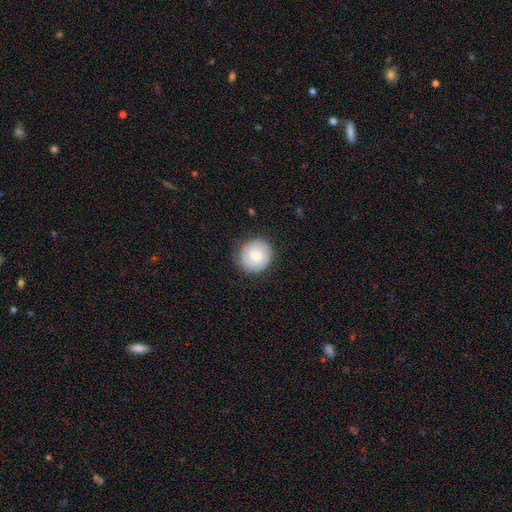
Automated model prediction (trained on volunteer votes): A smooth galaxy with no disk features (60%) that is round (89%). Merging: none (83%).